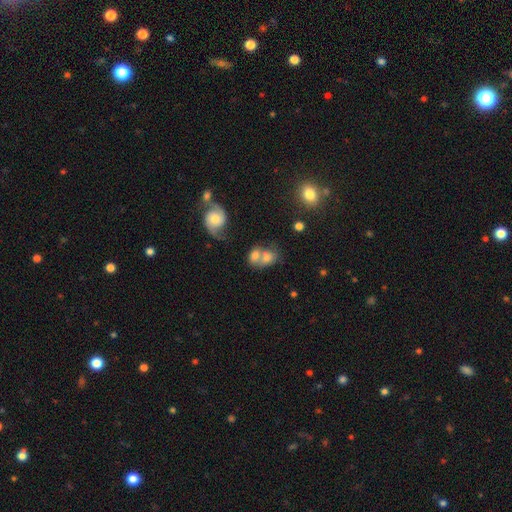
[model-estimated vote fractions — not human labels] A smooth galaxy with no disk features (62%) that is in between round and cigar-shaped (63%). Merging: merger (63%).